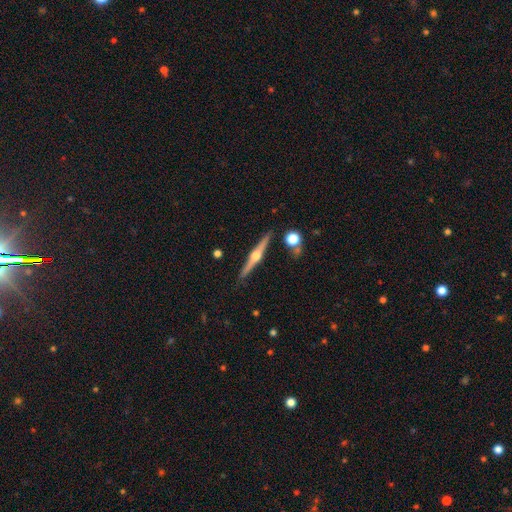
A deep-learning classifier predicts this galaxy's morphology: Smooth or featured: featured or disk — 80% (smooth — 15%)
Edge-on disk: yes — 98% (no — 2%)
Edge-on bulge: rounded — 95% (boxy — 3%)
Merging: none — 87% (minor disturbance — 8%)